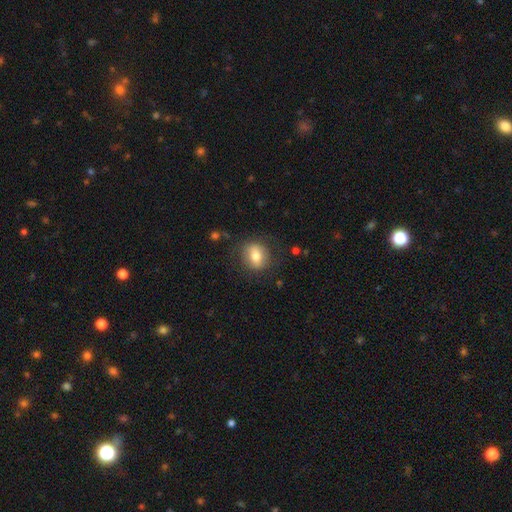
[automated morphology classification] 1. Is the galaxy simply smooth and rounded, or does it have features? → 71% smooth, 21% featured or disk, 8% star or artifact.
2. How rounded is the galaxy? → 51% round, 47% in between, 2% cigar-shaped.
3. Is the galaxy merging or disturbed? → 79% none, 14% minor disturbance, 6% major disturbance, 1% merger.